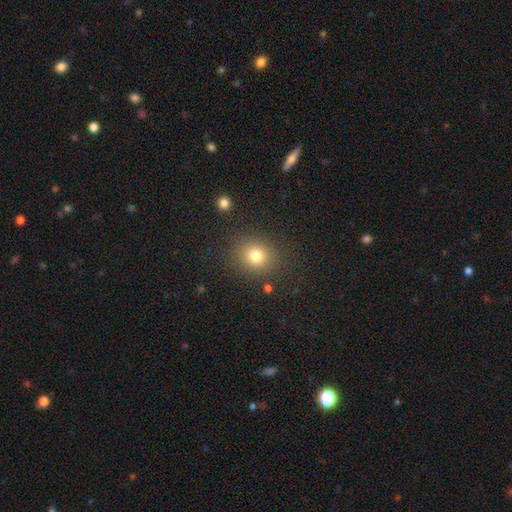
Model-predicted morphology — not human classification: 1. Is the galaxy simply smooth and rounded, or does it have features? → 78% smooth, 14% star or artifact, 7% featured or disk.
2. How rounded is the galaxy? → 77% round, 22% in between, 1% cigar-shaped.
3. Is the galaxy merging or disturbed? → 85% none, 9% minor disturbance, 4% major disturbance, 2% merger.